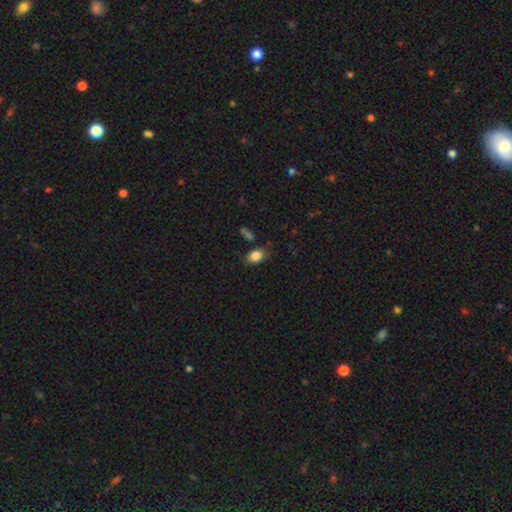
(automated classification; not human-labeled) This appears to be a smooth galaxy with no disk features (85%) that is in between round and cigar-shaped (79%). Merging: none (74%).